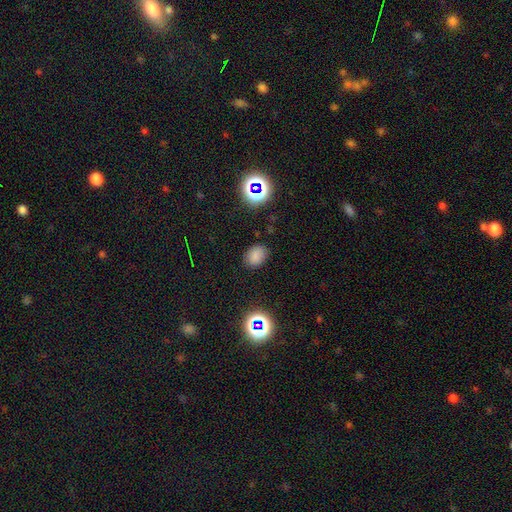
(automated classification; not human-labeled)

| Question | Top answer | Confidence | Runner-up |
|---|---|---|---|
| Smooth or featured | smooth | 76% | star or artifact (18%) |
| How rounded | in between | 67% | round (32%) |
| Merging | none | 83% | minor disturbance (12%) |